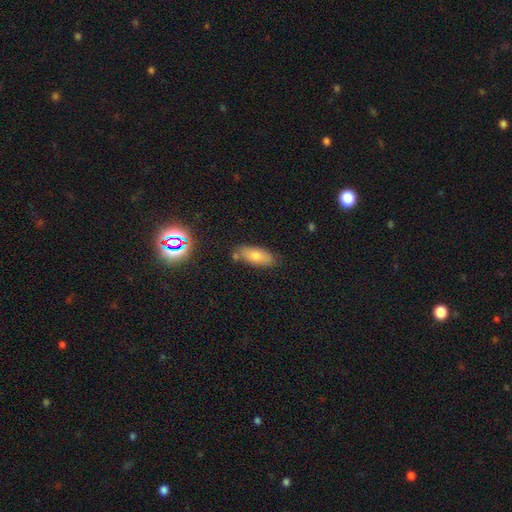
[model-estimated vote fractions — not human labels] Morphology: type=smooth (66%); roundness=in between (78%); merging=none (76%).